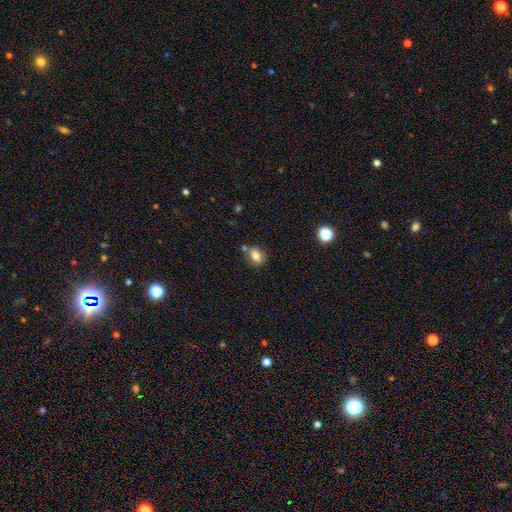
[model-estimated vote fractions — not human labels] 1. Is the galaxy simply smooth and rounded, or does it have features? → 79% smooth, 11% star or artifact, 10% featured or disk.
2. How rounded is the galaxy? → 64% in between, 34% round, 2% cigar-shaped.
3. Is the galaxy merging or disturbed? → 67% none, 16% minor disturbance, 13% merger, 4% major disturbance.